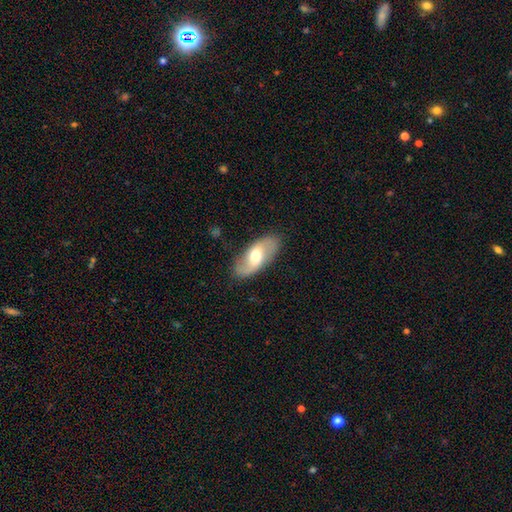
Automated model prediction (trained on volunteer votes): smooth-or-featured: featured or disk: 63% | smooth: 32% | star or artifact: 6%
  disk-edge-on: no: 91% | yes: 9%
    bar: weak: 45% | no: 40% | strong: 15%
    has-spiral-arms: yes: 82% | no: 18%
    bulge-size: moderate: 64% | large: 22% | small: 10% | dominant: 2% | none: 1%
  merging: none: 83% | minor disturbance: 12% | major disturbance: 4% | merger: 1%